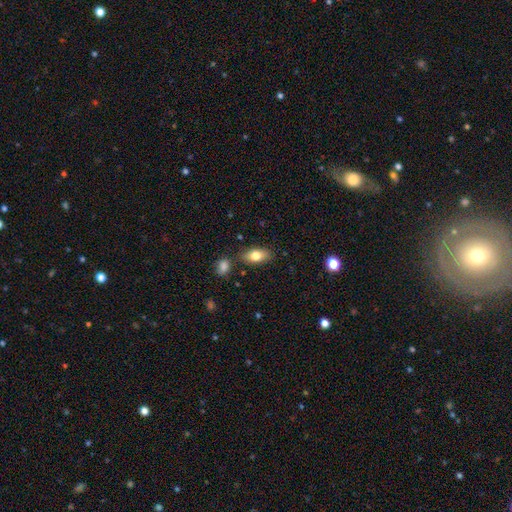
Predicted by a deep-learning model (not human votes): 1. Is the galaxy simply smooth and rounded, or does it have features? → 79% smooth, 14% featured or disk, 7% star or artifact.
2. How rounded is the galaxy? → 88% in between, 6% round, 6% cigar-shaped.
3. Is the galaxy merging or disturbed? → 81% none, 12% minor disturbance, 5% merger, 3% major disturbance.